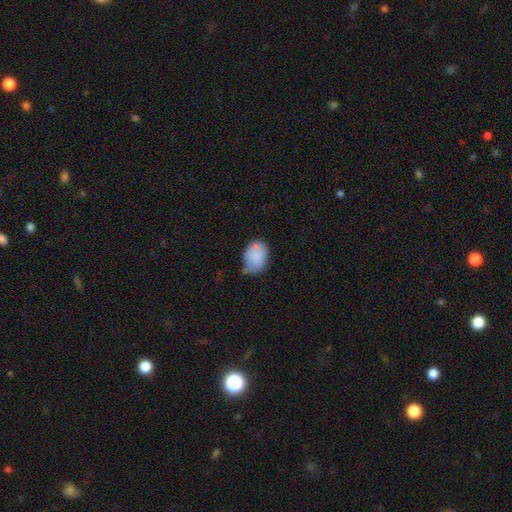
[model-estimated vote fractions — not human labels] smooth 84%, featured or disk 8%, star or artifact 8%. Down the decision tree: how rounded — in between (79%); merging — none (46%).